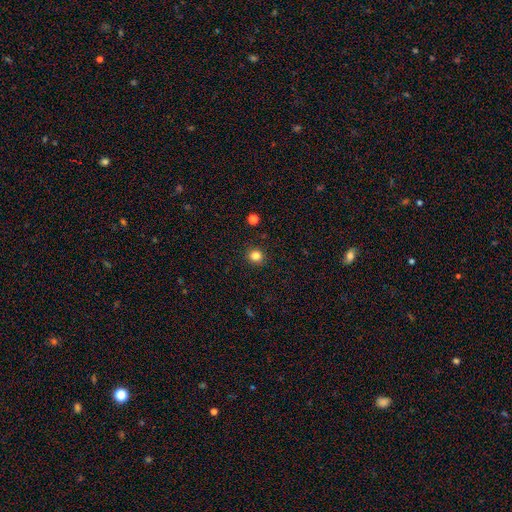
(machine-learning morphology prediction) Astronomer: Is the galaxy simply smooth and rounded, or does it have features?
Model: smooth — 82%.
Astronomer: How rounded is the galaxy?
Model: round — 89%.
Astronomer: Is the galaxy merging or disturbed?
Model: none — 91%.